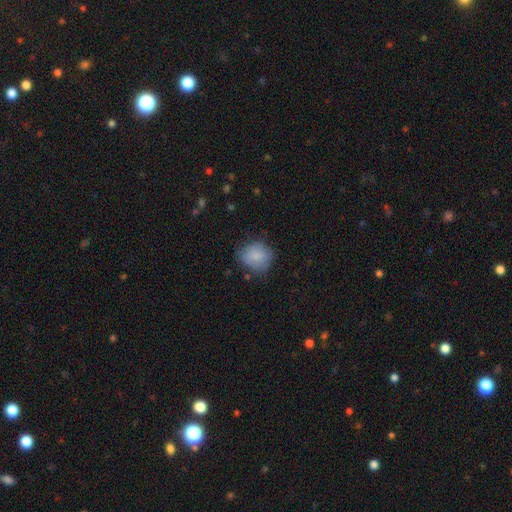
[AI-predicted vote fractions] Smooth or featured? smooth (84%)
How rounded? round (73%)
Merging? none (66%)